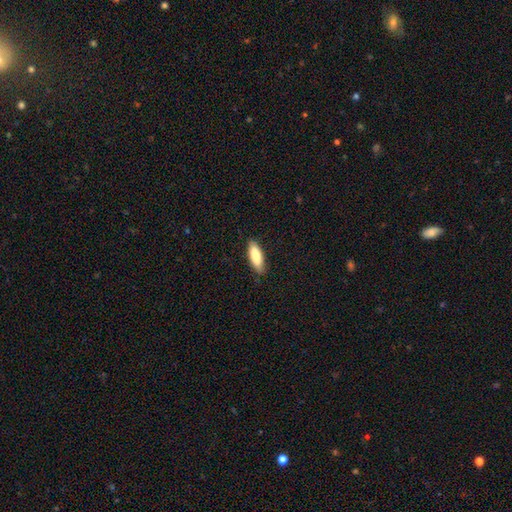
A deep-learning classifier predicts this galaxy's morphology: Overall: smooth (83%). How rounded: in between (66%; cigar-shaped 33%). Merging: none (85%).